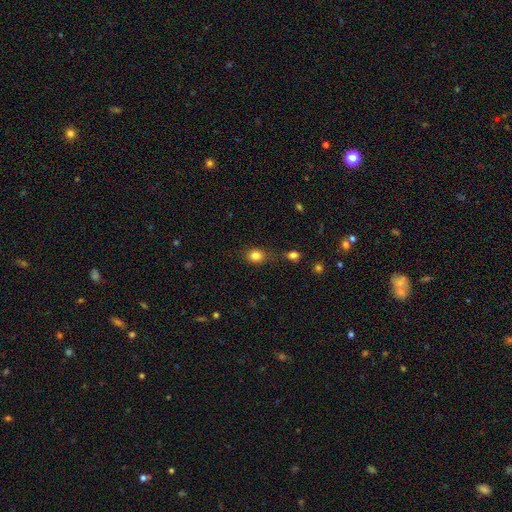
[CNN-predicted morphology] The model was most divided on "how rounded": round: 60%, in between: 39%, cigar-shaped: 1%. More confident: smooth or featured — smooth (82%); merging — none (60%).